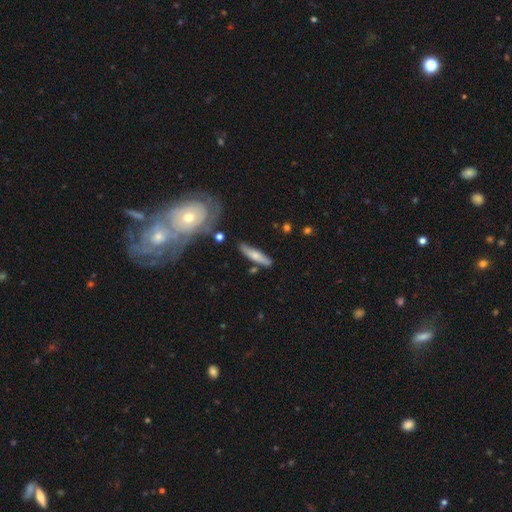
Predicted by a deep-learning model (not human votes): The model was most divided on "smooth or featured": smooth: 62%, featured or disk: 32%, star or artifact: 6%. More confident: how rounded — cigar-shaped (80%); merging — none (77%).